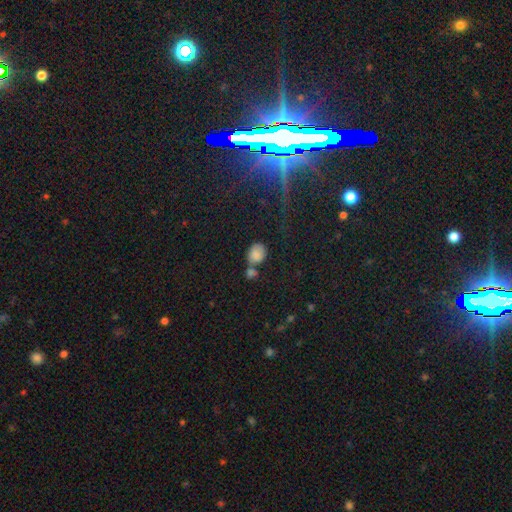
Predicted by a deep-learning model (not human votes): Q: Smooth or featured?
A: star or artifact (53%); runner-up: smooth (31%)